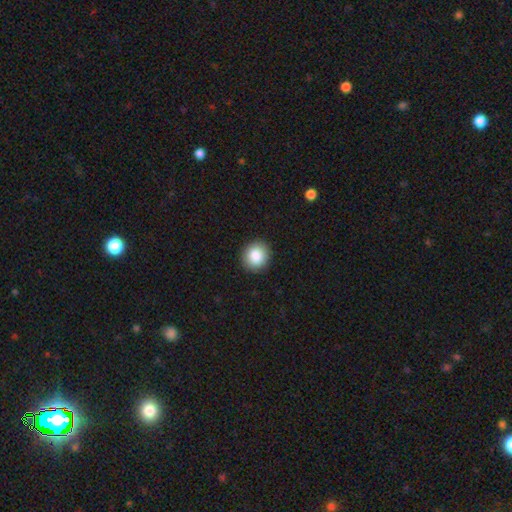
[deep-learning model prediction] This is clearly a smooth galaxy (87%). How rounded: clearly round (85%). Merging: clearly none (91%).